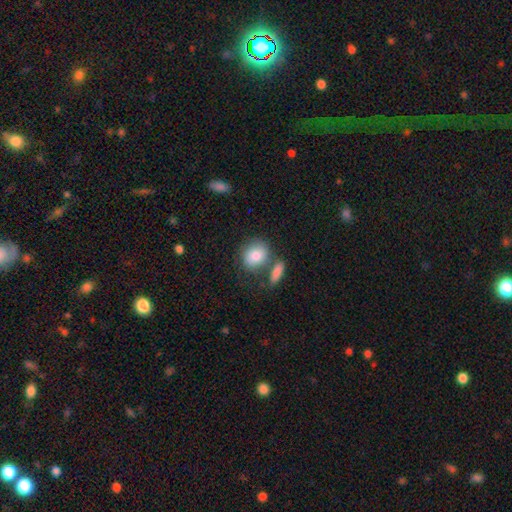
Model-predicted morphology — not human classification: smooth 82%, featured or disk 12%, star or artifact 7%. Down the decision tree: how rounded — round (59%); merging — none (57%).